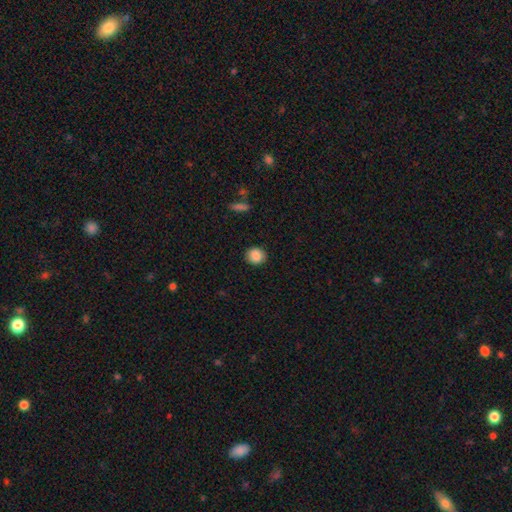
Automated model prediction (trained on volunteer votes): smooth_or_featured: smooth (p=0.87) [alt: star or artifact p=0.08]
how_rounded: round (p=0.82) [alt: in between p=0.17]
merging: none (p=0.90) [alt: minor disturbance p=0.07]